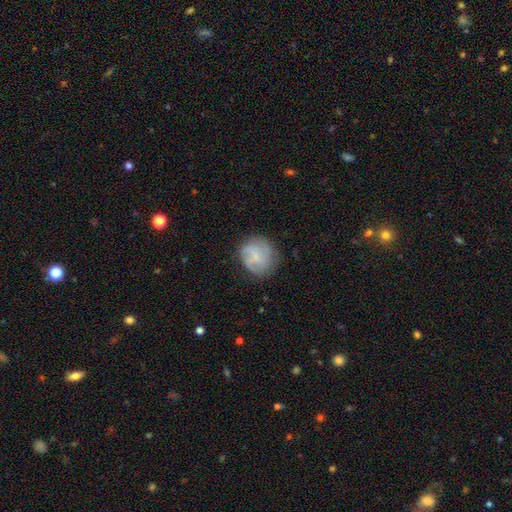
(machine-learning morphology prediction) smooth_or_featured: smooth (p=0.48) [alt: featured or disk p=0.44]
merging: none (p=0.73) [alt: minor disturbance p=0.18]